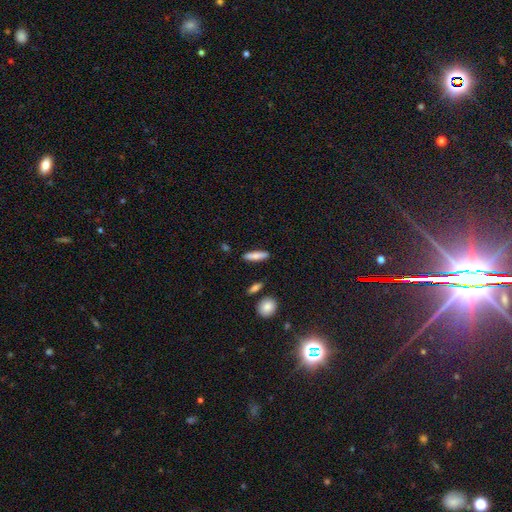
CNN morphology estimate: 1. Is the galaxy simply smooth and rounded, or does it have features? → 80% smooth, 14% featured or disk, 6% star or artifact.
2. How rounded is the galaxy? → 73% cigar-shaped, 24% in between, 2% round.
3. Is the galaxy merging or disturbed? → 88% none, 8% minor disturbance, 3% merger, 2% major disturbance.